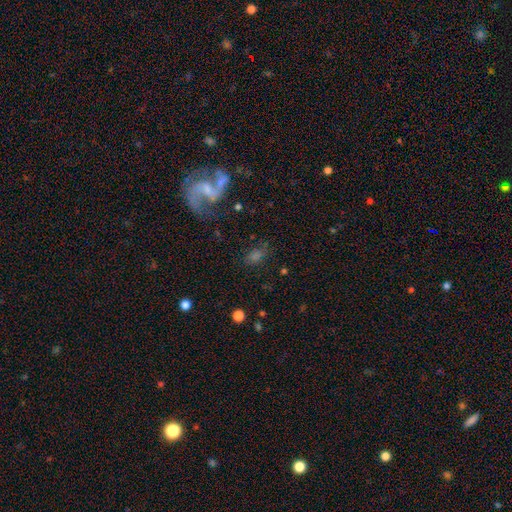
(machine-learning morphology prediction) The model was most divided on "smooth or featured": featured or disk: 48%, smooth: 35%, star or artifact: 17%. More confident: merging — none (62%).